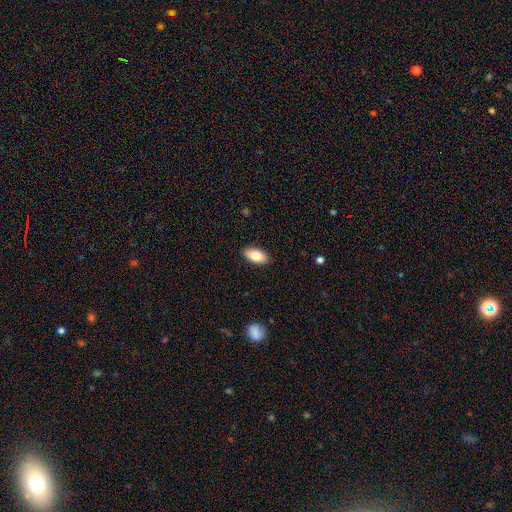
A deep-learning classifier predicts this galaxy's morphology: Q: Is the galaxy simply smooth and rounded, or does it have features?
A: smooth — 84%.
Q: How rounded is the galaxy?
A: in between — 93%.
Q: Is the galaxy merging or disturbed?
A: none — 89%.